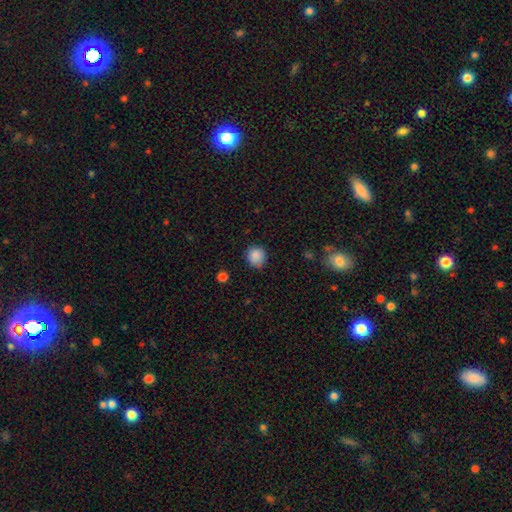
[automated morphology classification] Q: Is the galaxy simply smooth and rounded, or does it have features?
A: smooth — 87%.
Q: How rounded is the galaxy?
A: round — 88%.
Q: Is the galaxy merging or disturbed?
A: none — 78%.